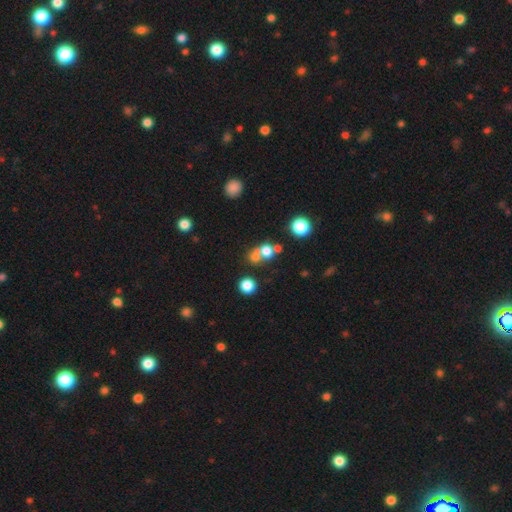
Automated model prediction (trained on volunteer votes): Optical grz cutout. It shows a smooth galaxy with no disk features (67%) that is round (79%). Merging: merger (49%).